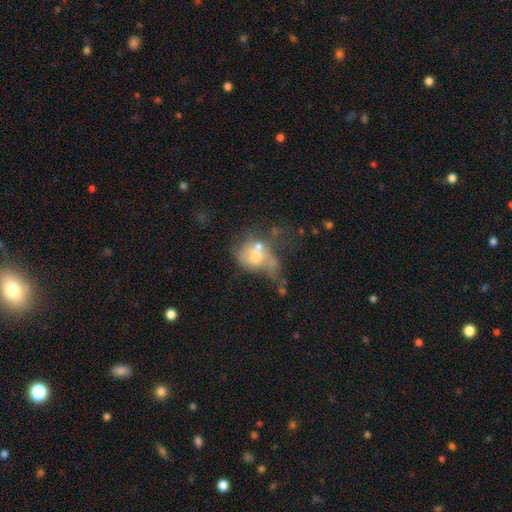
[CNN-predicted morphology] This appears to be a featured or disk galaxy (49%). Merging: merger (35%).